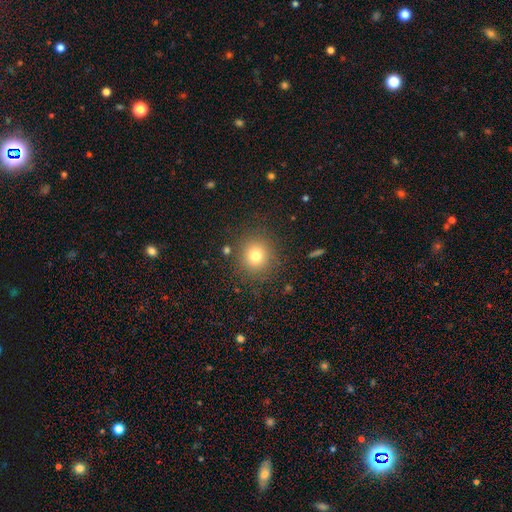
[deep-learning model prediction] This appears to be a smooth galaxy with no disk features (75%) that is round (91%). Merging: none (86%).